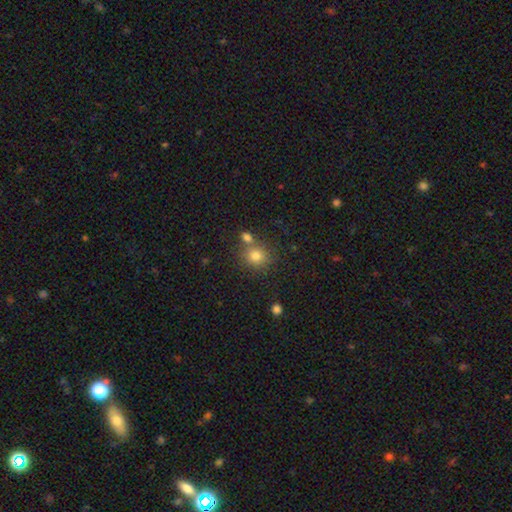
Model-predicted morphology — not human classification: A smooth galaxy with no disk features (79%) that is round (84%). Merging: none (63%).